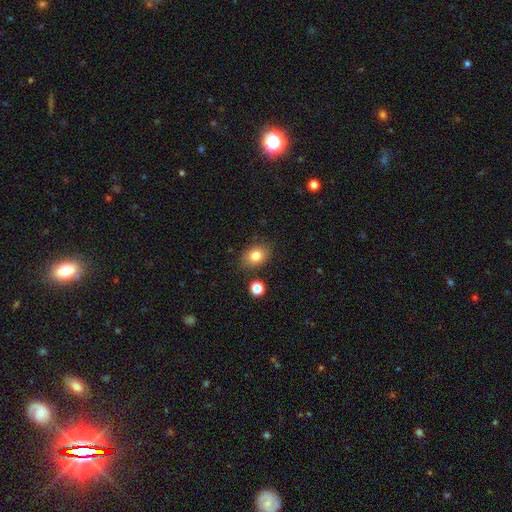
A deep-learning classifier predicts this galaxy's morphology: smooth_or_featured: smooth (p=0.80) [alt: star or artifact p=0.10]
how_rounded: in between (p=0.66) [alt: round p=0.33]
merging: none (p=0.81) [alt: minor disturbance p=0.12]